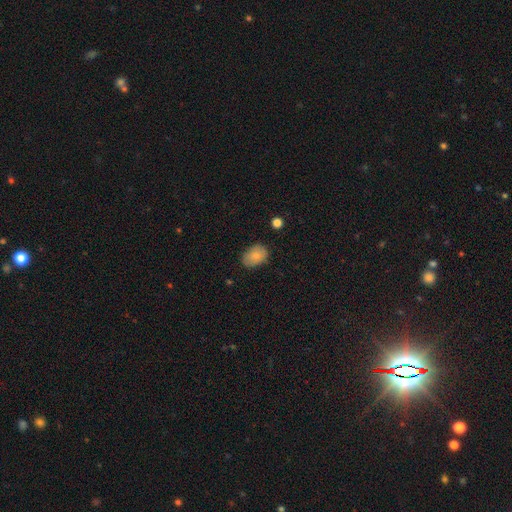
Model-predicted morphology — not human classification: A smooth galaxy with no disk features (81%) that is in between round and cigar-shaped (80%). Merging: none (77%).